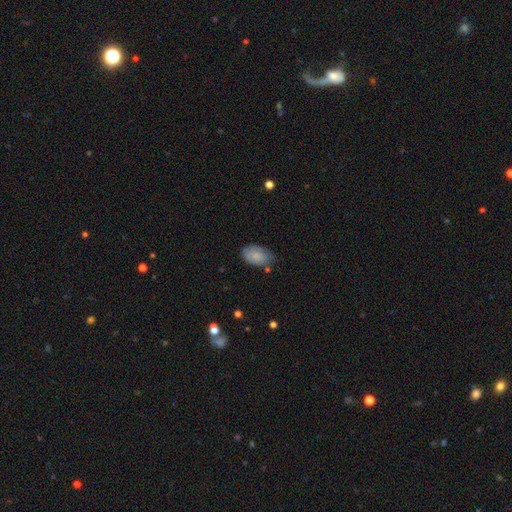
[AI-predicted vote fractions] Smooth or featured?
  - smooth: 80% *
  - featured or disk: 14%
  - star or artifact: 7%
How rounded?
  - in between: 92% *
  - round: 7%
  - cigar-shaped: 1%
Merging?
  - none: 60% *
  - minor disturbance: 31%
  - major disturbance: 6%
  - merger: 3%